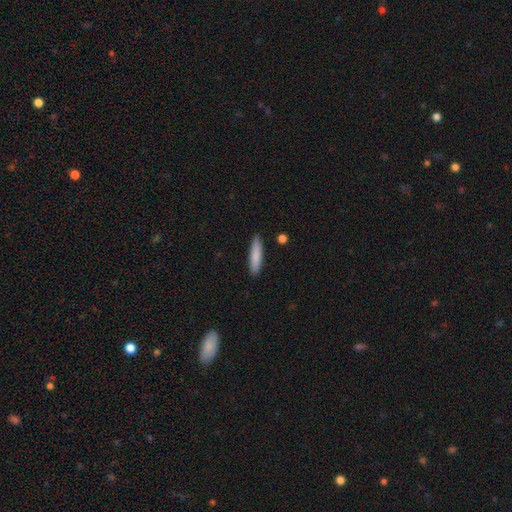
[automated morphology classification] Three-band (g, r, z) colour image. It shows a smooth galaxy with no disk features (83%) that is cigar-shaped (85%). Merging: none (88%).